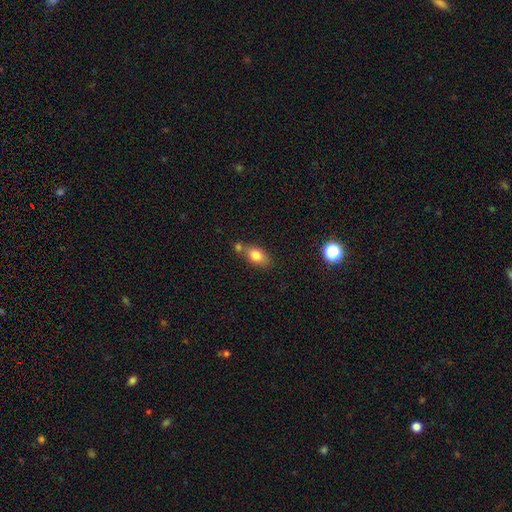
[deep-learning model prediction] Overall: smooth (79%). How rounded: in between (83%). Merging: none (55%; merger 26%).